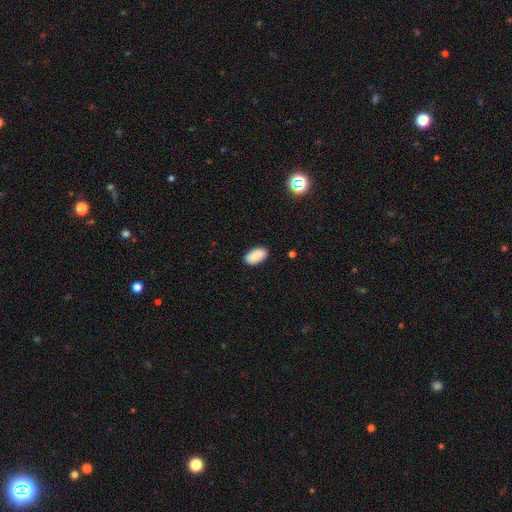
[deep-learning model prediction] A smooth galaxy with no disk features (89%) that is in between round and cigar-shaped (94%).

Vote fractions:
- Smooth or featured? smooth: 89% / star or artifact: 7% / featured or disk: 4%
- How rounded? in between: 94% / cigar-shaped: 3% / round: 3%
- Merging? none: 85% / minor disturbance: 11% / major disturbance: 2% / merger: 1%